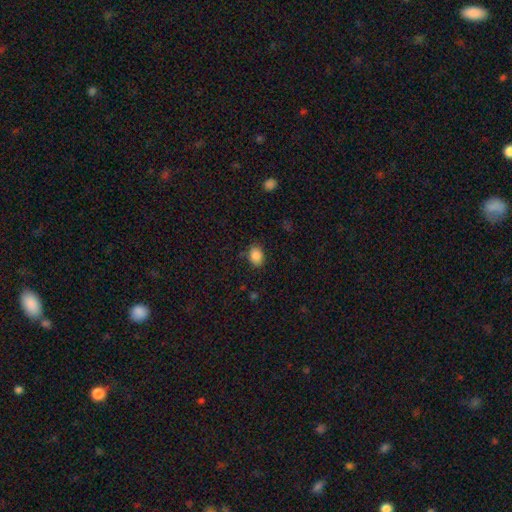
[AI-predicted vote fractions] Smooth or featured: smooth — 87% (star or artifact — 9%)
How rounded: in between — 63% (round — 36%)
Merging: none — 80% (minor disturbance — 14%)